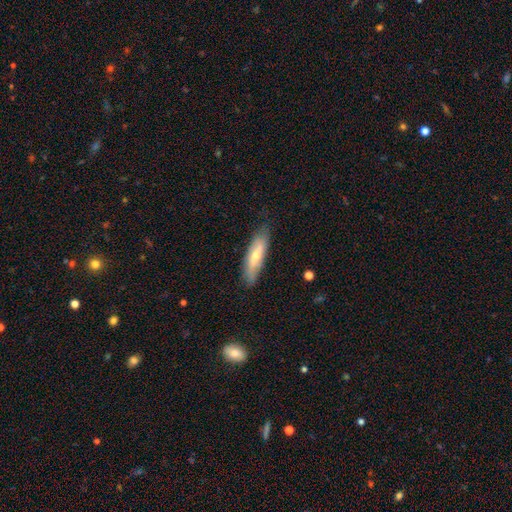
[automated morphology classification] This appears to be a smooth galaxy with no disk features (54%) that is cigar-shaped (57%). Merging: none (74%).